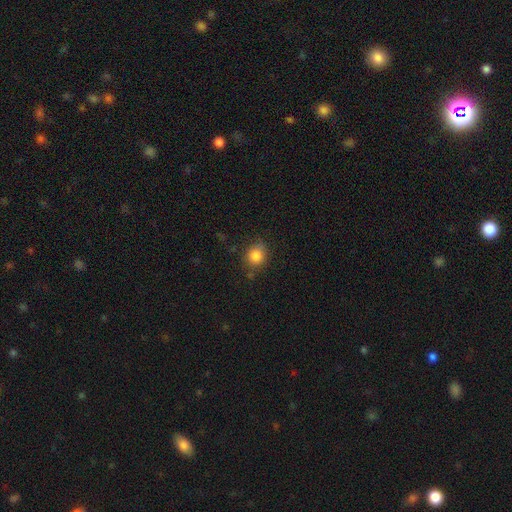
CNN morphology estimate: smooth_or_featured: smooth (p=0.84) [alt: star or artifact p=0.10]
how_rounded: round (p=0.68) [alt: in between p=0.31]
merging: none (p=0.75) [alt: minor disturbance p=0.18]